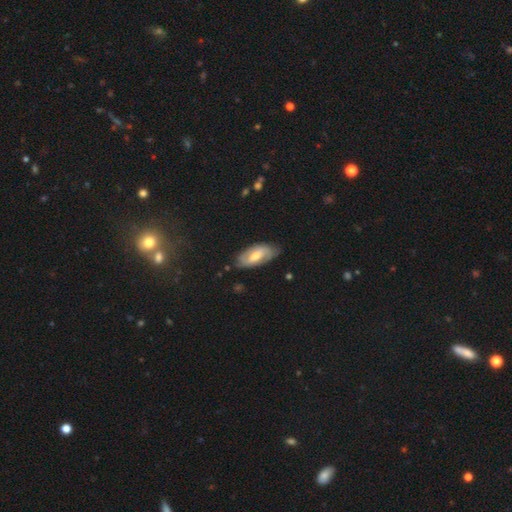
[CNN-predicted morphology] A featured or disk galaxy (53%). Merging: none (73%).